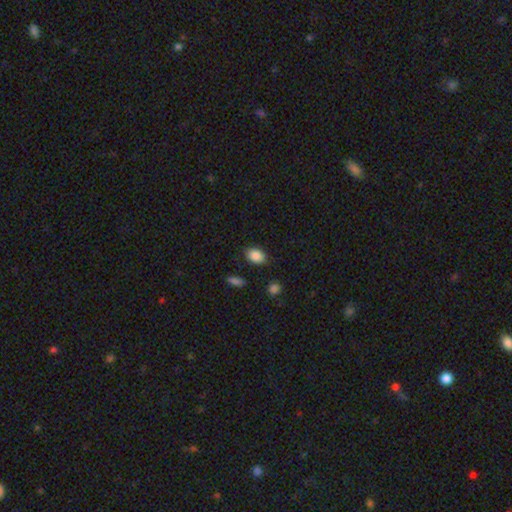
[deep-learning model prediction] The model was most divided on "how rounded": in between: 80%, round: 18%, cigar-shaped: 1%. More confident: smooth or featured — smooth (87%); merging — none (85%).